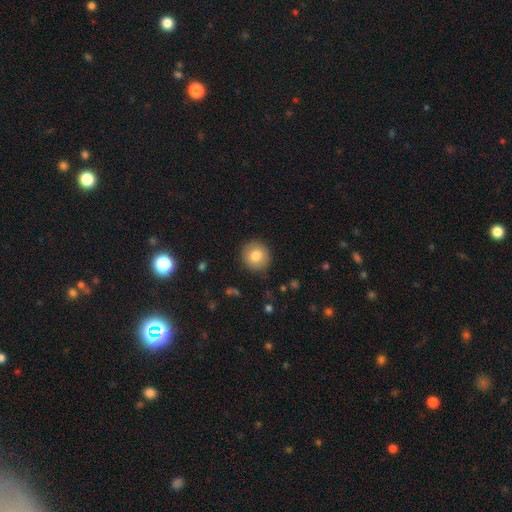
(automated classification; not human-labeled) Q: Smooth or featured?
A: smooth (81%); runner-up: featured or disk (11%)
Q: How rounded?
A: round (92%); runner-up: in between (7%)
Q: Merging?
A: none (90%); runner-up: minor disturbance (7%)